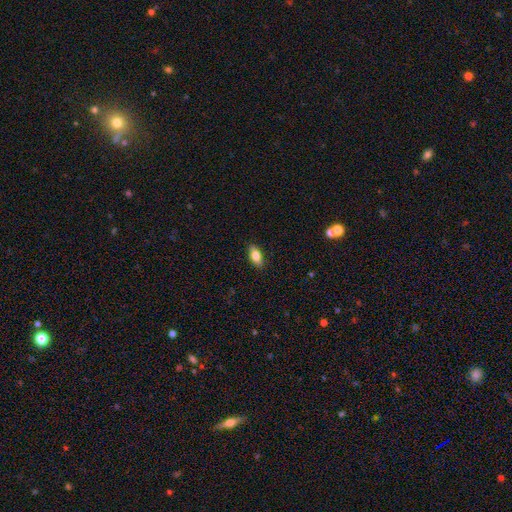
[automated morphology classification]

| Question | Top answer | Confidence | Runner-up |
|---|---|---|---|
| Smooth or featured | smooth | 79% | featured or disk (13%) |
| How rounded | in between | 87% | cigar-shaped (9%) |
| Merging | none | 88% | minor disturbance (9%) |